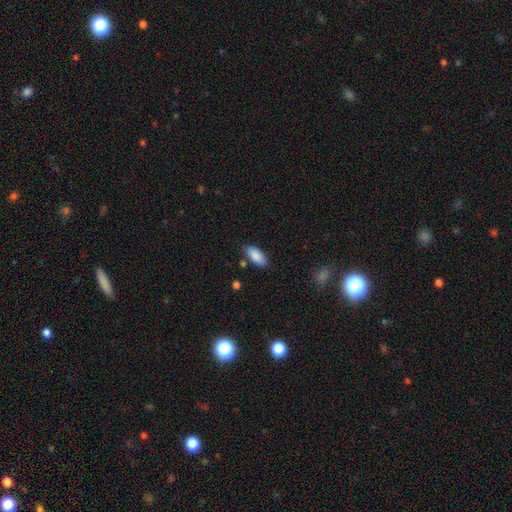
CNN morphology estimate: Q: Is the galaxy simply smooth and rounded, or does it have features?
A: smooth — 88%.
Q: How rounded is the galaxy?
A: in between — 90%.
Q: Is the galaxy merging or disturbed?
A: none — 81%.